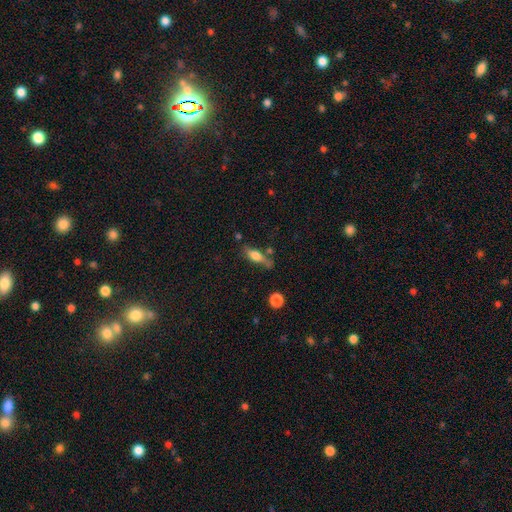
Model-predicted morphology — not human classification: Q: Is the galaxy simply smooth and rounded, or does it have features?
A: smooth — 61%.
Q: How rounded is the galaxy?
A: in between — 53%.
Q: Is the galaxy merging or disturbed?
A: none — 59%.